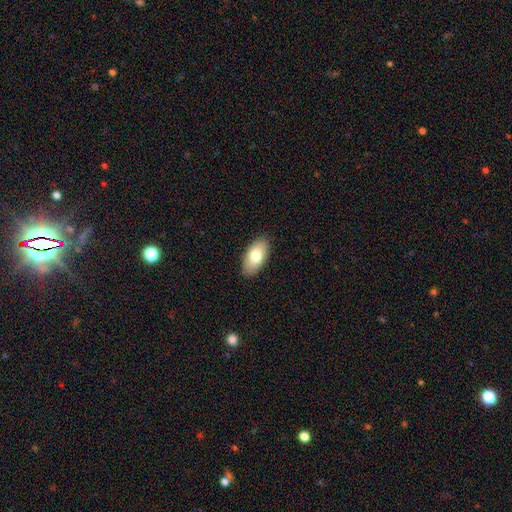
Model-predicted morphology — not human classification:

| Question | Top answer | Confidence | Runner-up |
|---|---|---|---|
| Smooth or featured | smooth | 77% | featured or disk (17%) |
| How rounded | in between | 94% | cigar-shaped (3%) |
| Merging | none | 88% | minor disturbance (9%) |